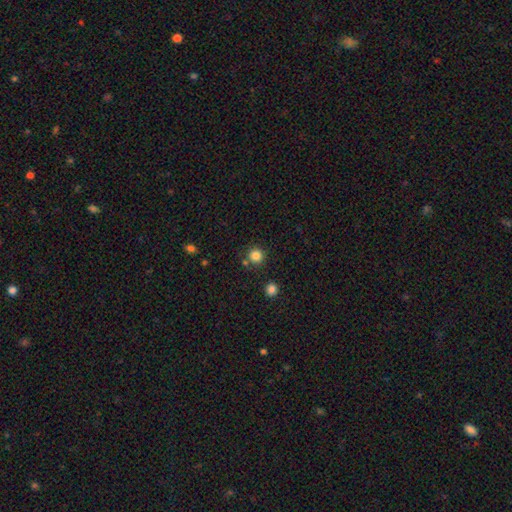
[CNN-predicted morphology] Smooth or featured? smooth (84%)
How rounded? round (94%)
Merging? none (81%)